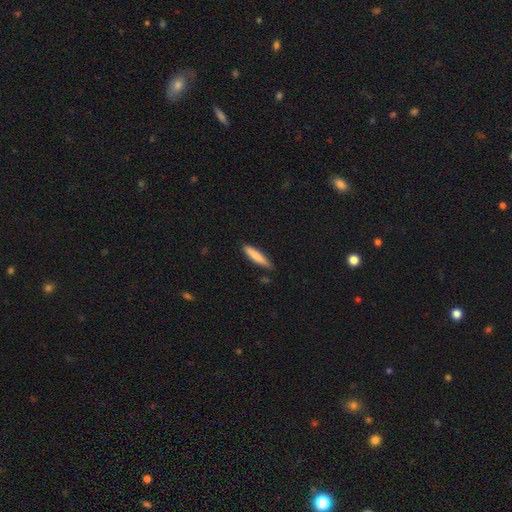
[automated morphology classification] Smooth or featured: smooth — 80% (featured or disk — 14%)
How rounded: cigar-shaped — 87% (in between — 12%)
Merging: none — 81% (minor disturbance — 15%)